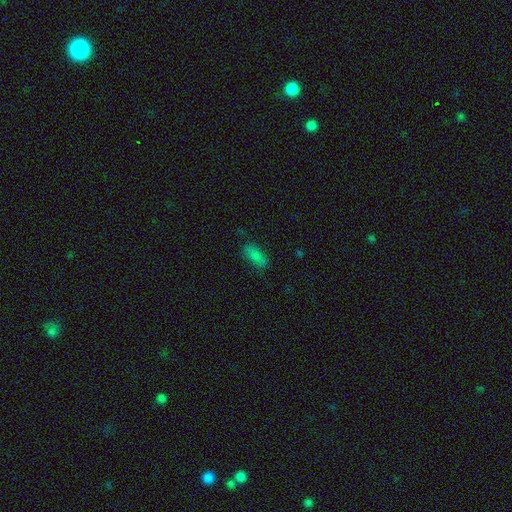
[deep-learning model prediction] A smooth galaxy with no disk features (81%) that is in between round and cigar-shaped (83%). Merging: none (78%).